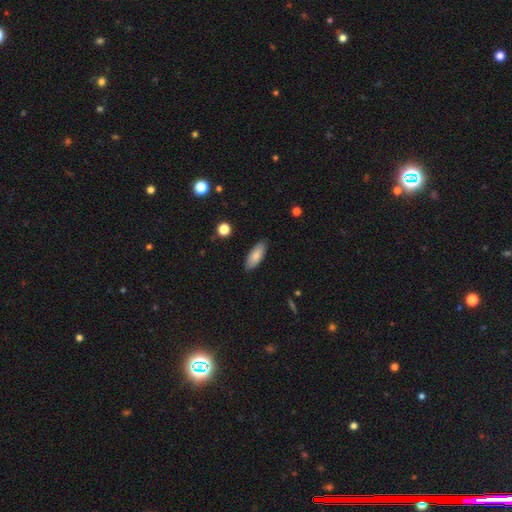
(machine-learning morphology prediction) This is clearly a smooth galaxy (83%). How rounded: likely in between (75%). Merging: clearly none (87%).